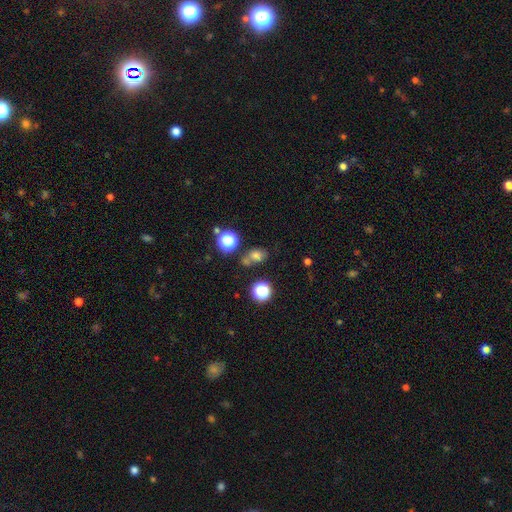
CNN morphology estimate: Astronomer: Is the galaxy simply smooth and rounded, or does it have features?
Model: smooth — 69%.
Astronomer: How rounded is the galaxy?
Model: in between — 51% (runner-up: round, 47%).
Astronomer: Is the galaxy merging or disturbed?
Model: none — 58%.